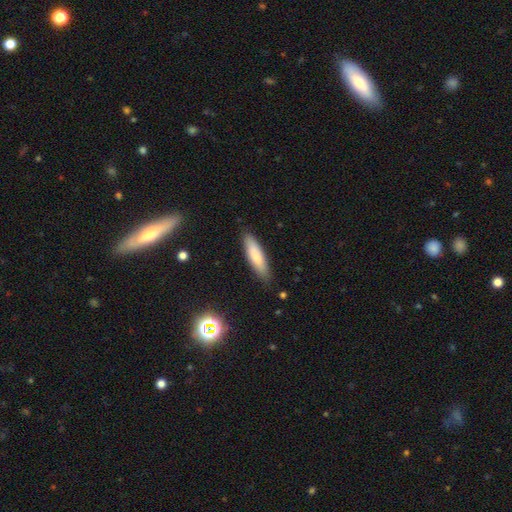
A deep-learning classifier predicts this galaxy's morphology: The model was most divided on "how rounded": cigar-shaped: 67%, in between: 32%, round: 1%. More confident: merging — none (85%); smooth or featured — smooth (79%).